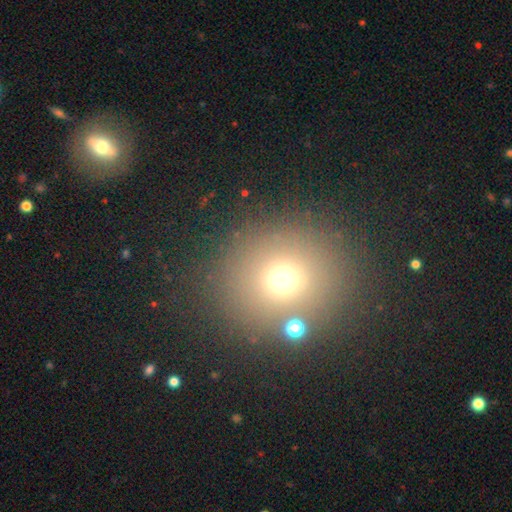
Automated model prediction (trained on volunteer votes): A smooth galaxy with no disk features (68%) that is round (84%). Merging: none (81%).